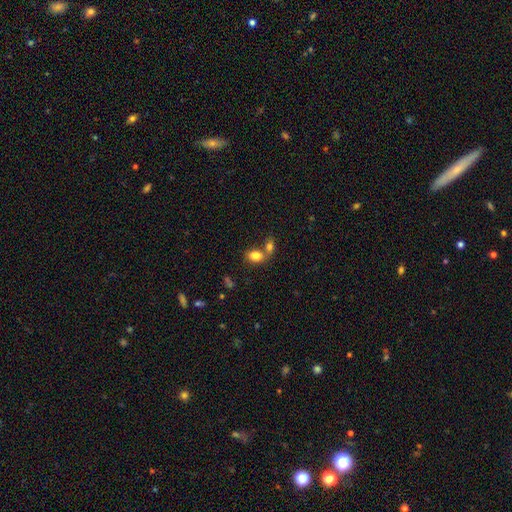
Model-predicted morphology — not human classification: type=smooth (82%); roundness=in between (81%); merging=merger (46%).